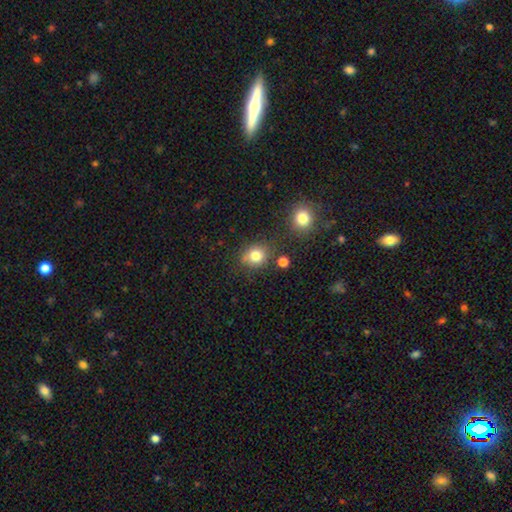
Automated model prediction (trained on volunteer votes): The model was most divided on "how rounded": round: 74%, in between: 25%, cigar-shaped: 1%. More confident: smooth or featured — smooth (80%); merging — none (72%).